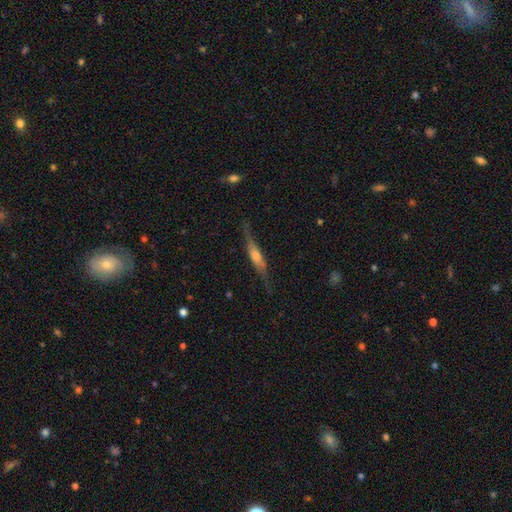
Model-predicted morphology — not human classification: This appears to be a featured or disk galaxy (65%) viewed edge-on (92%) with a rounded central bulge (64%). Merging: none (74%).